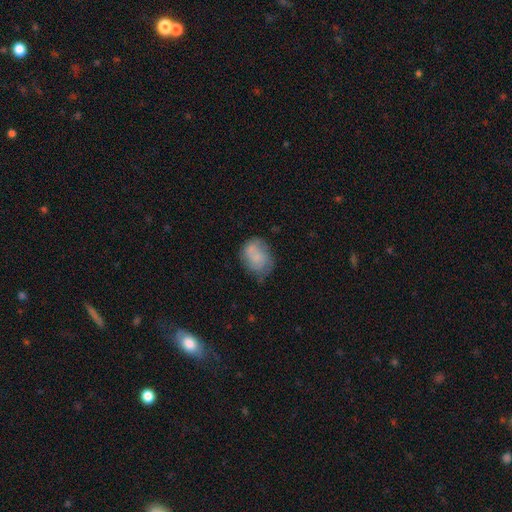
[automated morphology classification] smooth_or_featured: smooth (p=0.63) [alt: featured or disk p=0.28]
how_rounded: in between (p=0.61) [alt: round p=0.38]
merging: none (p=0.49) [alt: minor disturbance p=0.30]